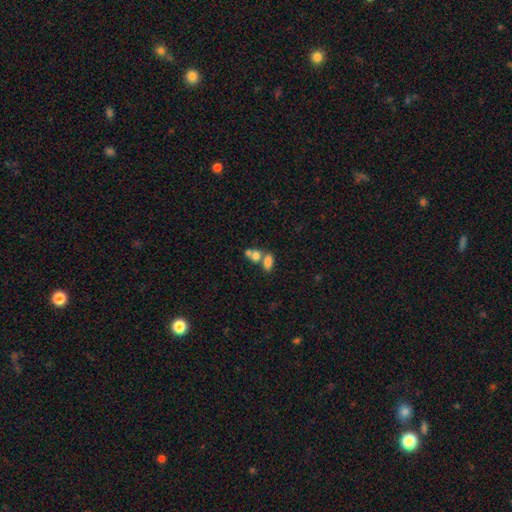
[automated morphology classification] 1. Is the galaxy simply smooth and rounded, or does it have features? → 76% smooth, 14% featured or disk, 10% star or artifact.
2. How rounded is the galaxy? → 77% in between, 20% round, 3% cigar-shaped.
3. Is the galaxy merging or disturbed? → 58% merger, 30% none, 8% minor disturbance, 5% major disturbance.